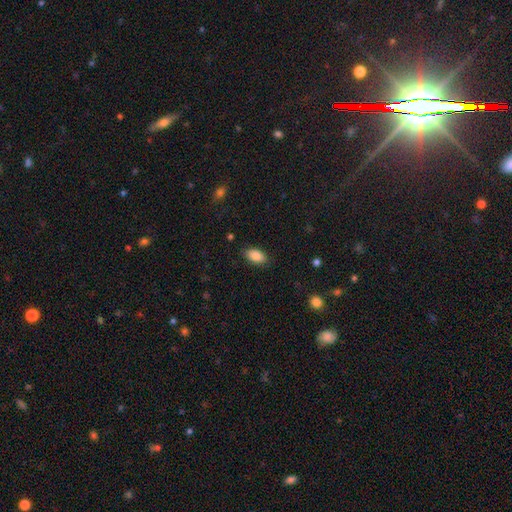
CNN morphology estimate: This appears to be a smooth galaxy with no disk features (86%) that is in between round and cigar-shaped (92%). Merging: none (86%).